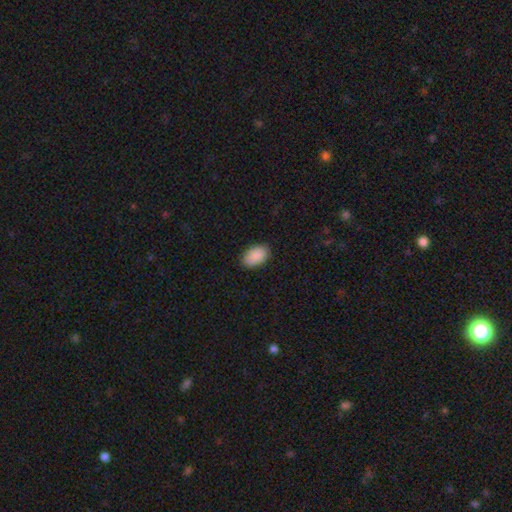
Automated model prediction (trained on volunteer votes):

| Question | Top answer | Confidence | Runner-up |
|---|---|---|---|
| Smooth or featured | smooth | 90% | star or artifact (6%) |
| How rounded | in between | 93% | round (6%) |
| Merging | none | 87% | minor disturbance (10%) |